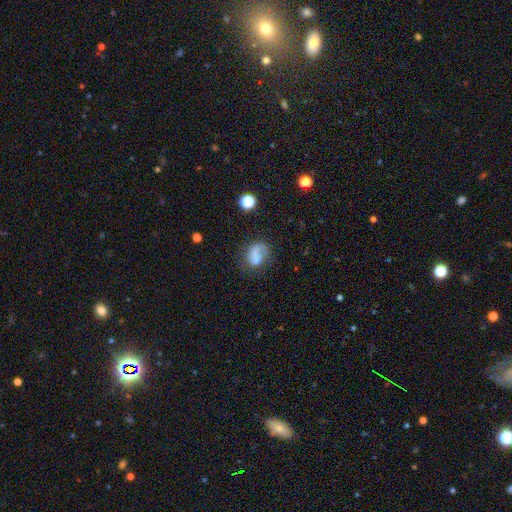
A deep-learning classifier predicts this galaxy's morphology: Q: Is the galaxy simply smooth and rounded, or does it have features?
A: smooth — 56%.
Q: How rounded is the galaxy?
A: in between — 59%.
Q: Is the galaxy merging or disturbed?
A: none — 40%.